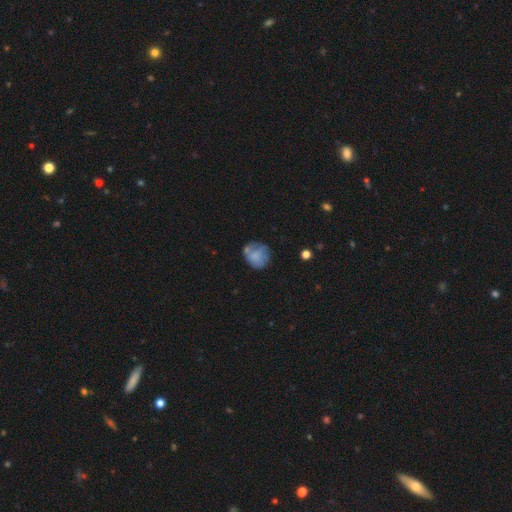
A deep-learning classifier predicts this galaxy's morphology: Q: Smooth or featured?
A: smooth (64%); runner-up: featured or disk (27%)
Q: How rounded?
A: round (77%); runner-up: in between (22%)
Q: Merging?
A: none (51%); runner-up: minor disturbance (26%)